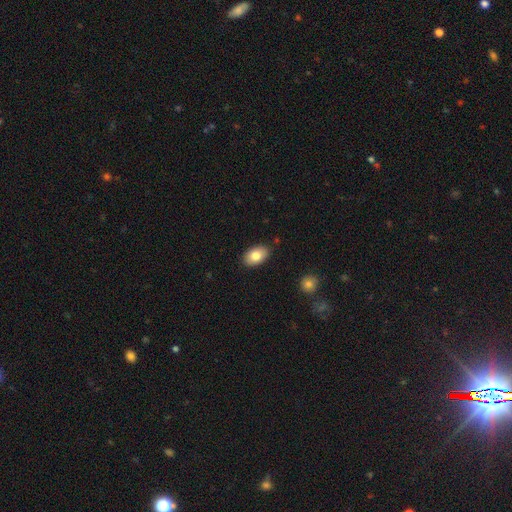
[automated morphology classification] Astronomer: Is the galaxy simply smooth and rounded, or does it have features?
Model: smooth — 81%.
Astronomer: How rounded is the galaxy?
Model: in between — 91%.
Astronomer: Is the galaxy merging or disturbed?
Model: none — 87%.